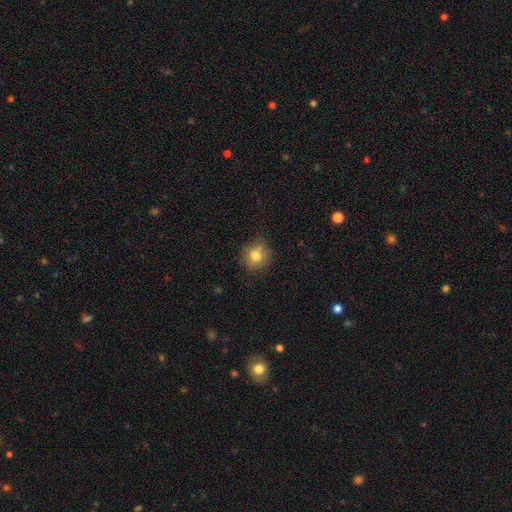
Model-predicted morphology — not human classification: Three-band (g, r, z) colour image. It shows a smooth galaxy with no disk features (76%) that is round (80%). Merging: none (72%).